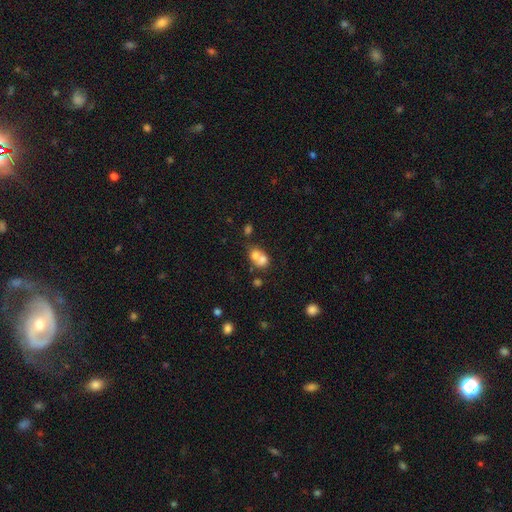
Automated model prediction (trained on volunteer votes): Morphology: type=smooth (69%); roundness=round (58%); merging=merger (69%).